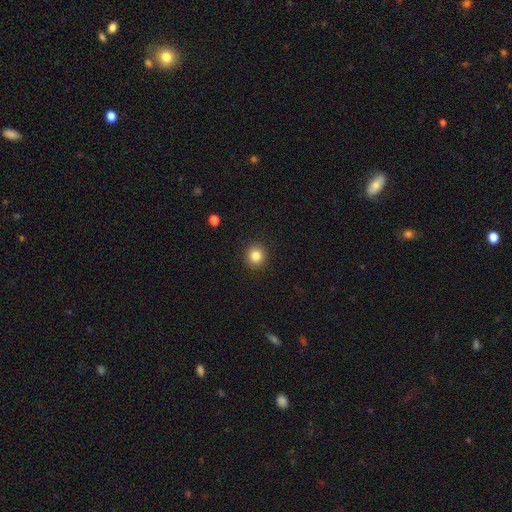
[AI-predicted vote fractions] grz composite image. It shows a smooth galaxy with no disk features (84%) that is round (91%). Merging: none (92%).